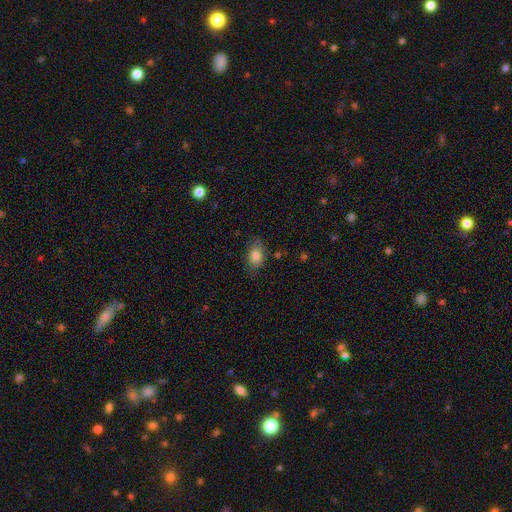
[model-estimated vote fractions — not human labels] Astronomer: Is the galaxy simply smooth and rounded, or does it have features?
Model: smooth — 81%.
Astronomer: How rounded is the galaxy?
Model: in between — 85%.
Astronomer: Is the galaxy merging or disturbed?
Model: none — 77%.